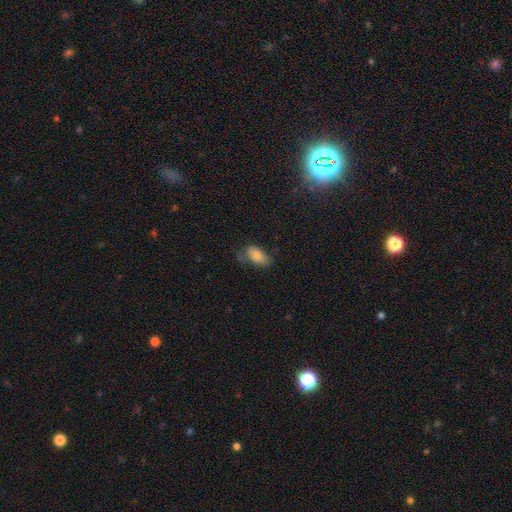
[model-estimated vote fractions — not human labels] smooth 76%, featured or disk 12%, star or artifact 12%. Down the decision tree: how rounded — in between (91%); merging — none (58%).